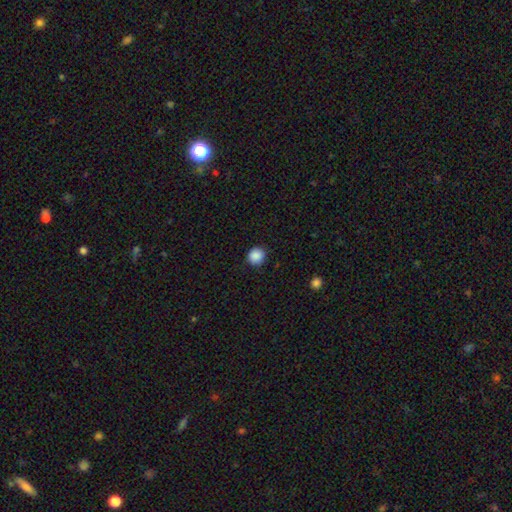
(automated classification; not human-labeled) smooth_or_featured: smooth (p=0.88) [alt: star or artifact p=0.09]
how_rounded: round (p=0.92) [alt: in between p=0.07]
merging: none (p=0.88) [alt: minor disturbance p=0.08]